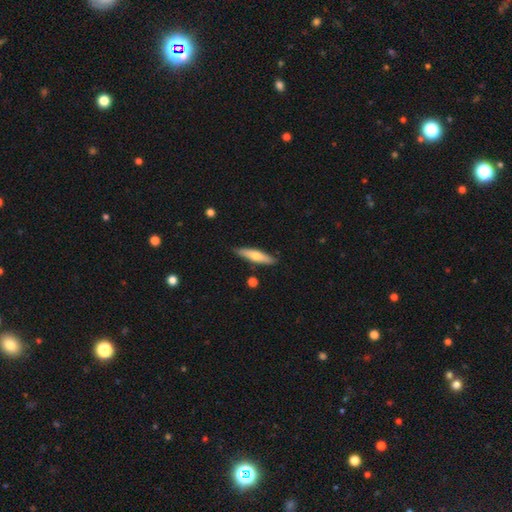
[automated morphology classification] smooth 60%, featured or disk 34%, star or artifact 6%. Down the decision tree: how rounded — cigar-shaped (77%); merging — none (84%).